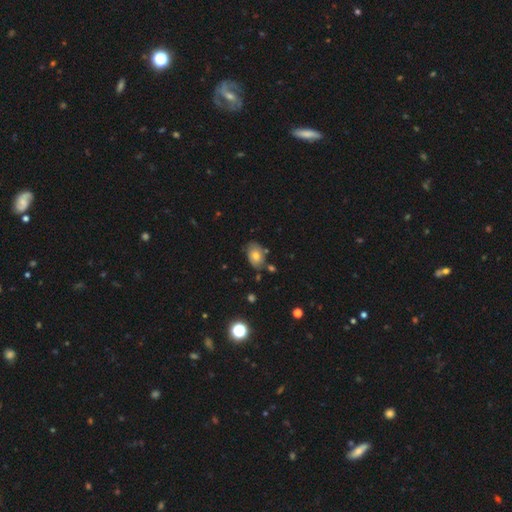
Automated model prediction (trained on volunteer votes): Overall: smooth (67%). How rounded: in between (82%). Merging: none (69%).